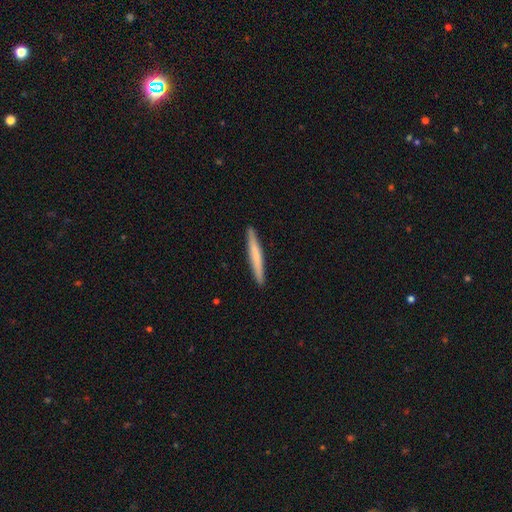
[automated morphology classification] Smooth or featured? smooth (64%)
How rounded? cigar-shaped (97%)
Merging? none (92%)